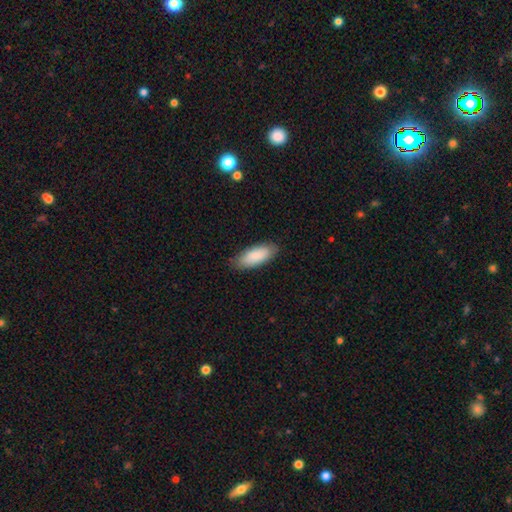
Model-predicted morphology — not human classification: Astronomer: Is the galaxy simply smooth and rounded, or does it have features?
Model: smooth — 88%.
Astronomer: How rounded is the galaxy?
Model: in between — 79%.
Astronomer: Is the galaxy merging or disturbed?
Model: none — 85%.